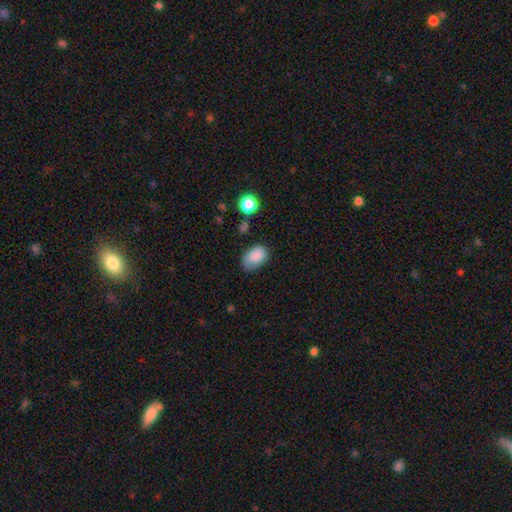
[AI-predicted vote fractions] smooth_or_featured: smooth (p=0.86) [alt: star or artifact p=0.09]
how_rounded: in between (p=0.88) [alt: round p=0.11]
merging: none (p=0.67) [alt: minor disturbance p=0.24]